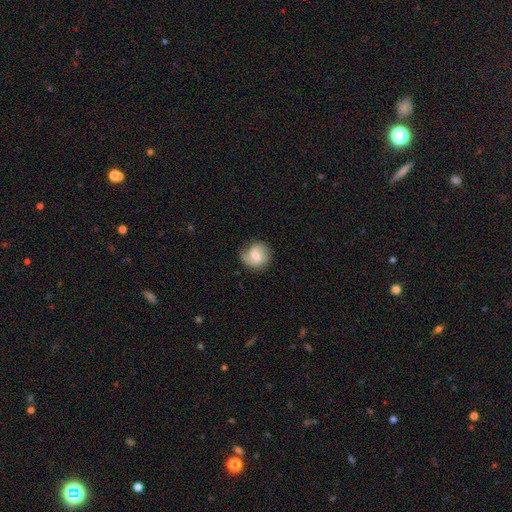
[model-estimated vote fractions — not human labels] A featured or disk galaxy (61%) with a weak bar (56%), 2 (71%) medium (44%) spiral arms (91%) and a moderate central bulge (44%). Merging: none (72%).